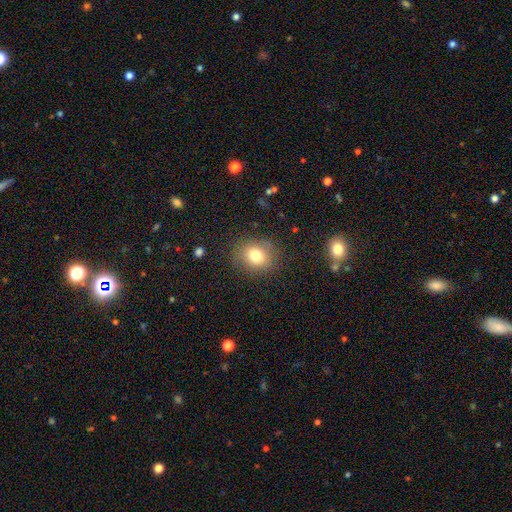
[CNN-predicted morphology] The model was most divided on "how rounded": round: 61%, in between: 38%, cigar-shaped: 1%. More confident: merging — none (83%); smooth or featured — smooth (78%).